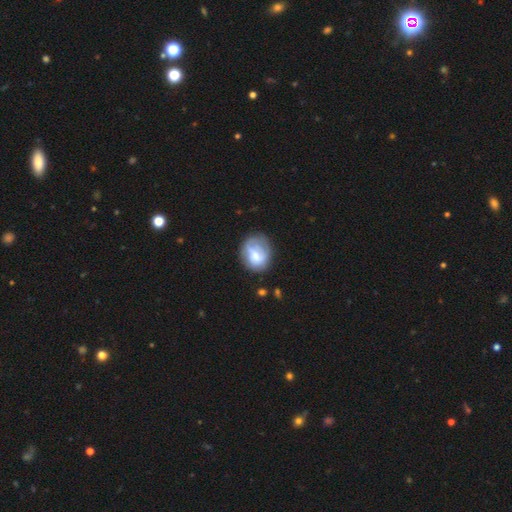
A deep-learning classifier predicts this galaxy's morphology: type=smooth (58%); roundness=round (57%); merging=none (56%).